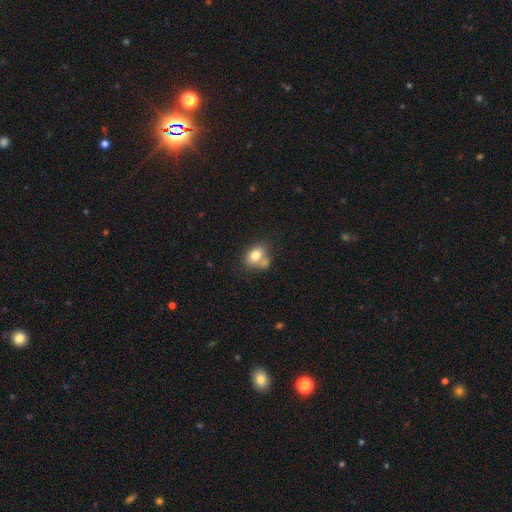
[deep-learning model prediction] The model was most divided on "merging": none: 46%, merger: 32%, minor disturbance: 16%, major disturbance: 6%. More confident: smooth or featured — smooth (77%); how rounded — in between (64%).